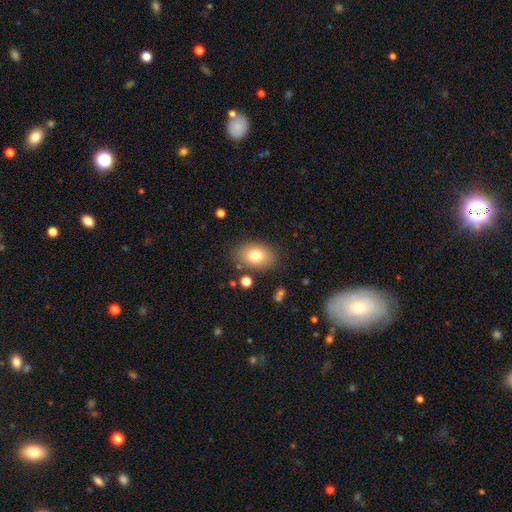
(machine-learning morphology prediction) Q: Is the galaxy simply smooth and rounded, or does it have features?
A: smooth — 78%.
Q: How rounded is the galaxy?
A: in between — 81%.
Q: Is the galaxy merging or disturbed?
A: none — 82%.